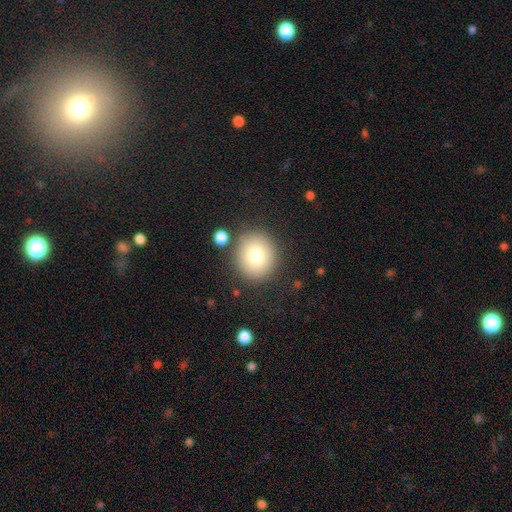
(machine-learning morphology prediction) Smooth or featured? Predicted: smooth (p=0.76). How rounded? Predicted: round (p=0.88). Merging? Predicted: none (p=0.84).